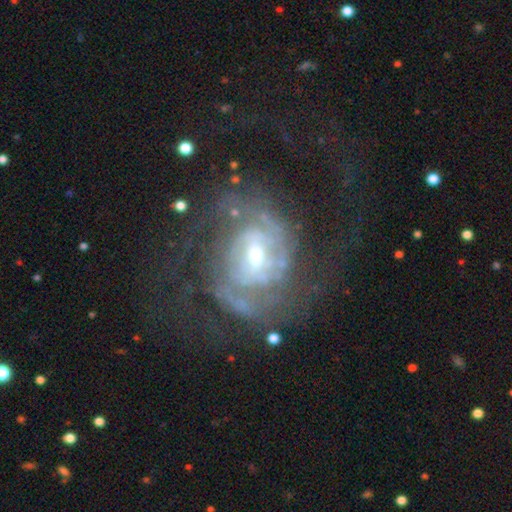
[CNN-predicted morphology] A featured or disk galaxy (86%) with a weak bar (44%), 2 (42%) tight (47%) spiral arms (92%) and a small central bulge (54%). Merging: none (57%).